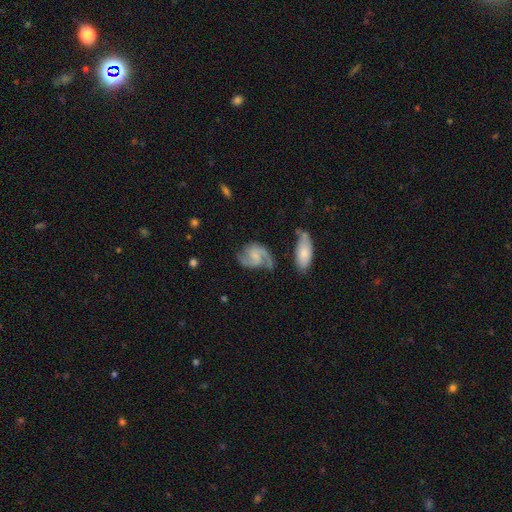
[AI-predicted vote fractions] Smooth or featured?
  - featured or disk: 83% *
  - smooth: 11%
  - star or artifact: 6%
Edge-on disk?
  - no: 98% *
  - yes: 2%
Bar?
  - no: 46% *
  - weak: 44%
  - strong: 10%
Spiral arms?
  - yes: 96% *
  - no: 4%
Spiral winding?
  - medium: 55% *
  - loose: 27%
  - tight: 18%
Spiral arm count?
  - 2: 88% *
  - can't tell: 4%
  - 1: 3%
  - 3: 2%
  - 4: 1%
  - more than 4: 1%
Bulge size?
  - small: 41% *
  - none: 35%
  - moderate: 19%
  - large: 3%
  - dominant: 1%
Merging?
  - none: 62% *
  - minor disturbance: 21%
  - major disturbance: 11%
  - merger: 6%